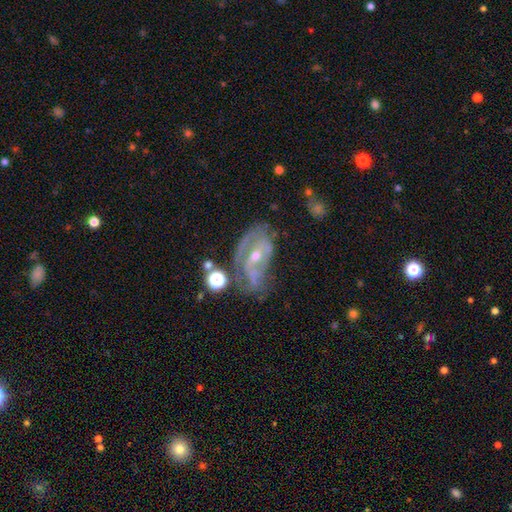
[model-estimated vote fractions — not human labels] The model was most divided on "bar": no: 38%, weak: 37%, strong: 24%. Remaining: edge-on disk — no (94%); smooth or featured — featured or disk (77%); spiral arms — yes (76%); bulge size — small (50%); spiral arm count — 2 (45%); merging — none (41%); spiral winding — tight (41%).